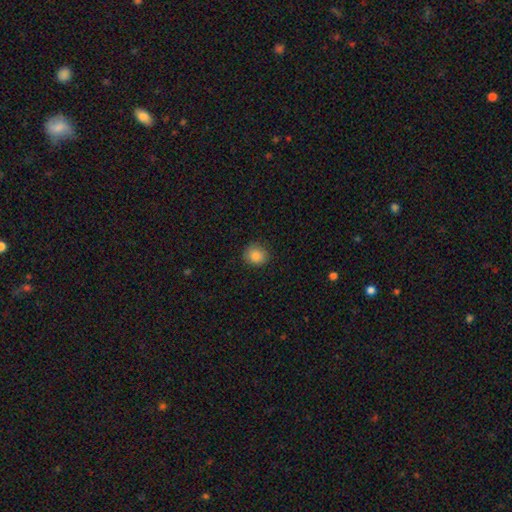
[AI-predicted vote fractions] Smooth or featured?
  - smooth: 85% *
  - star or artifact: 10%
  - featured or disk: 5%
How rounded?
  - round: 82% *
  - in between: 17%
  - cigar-shaped: 1%
Merging?
  - none: 87% *
  - minor disturbance: 10%
  - major disturbance: 2%
  - merger: 1%